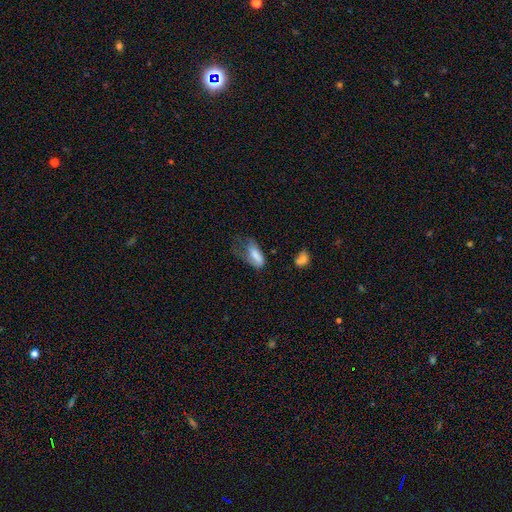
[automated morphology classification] A smooth galaxy with no disk features (71%) that is in between round and cigar-shaped (81%). Merging: major disturbance (45%).